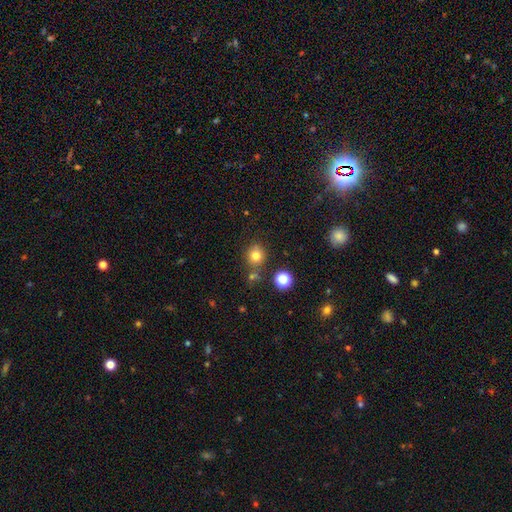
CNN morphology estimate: The model was most divided on "smooth or featured": smooth: 77%, star or artifact: 15%, featured or disk: 7%. More confident: how rounded — round (88%); merging — none (76%).